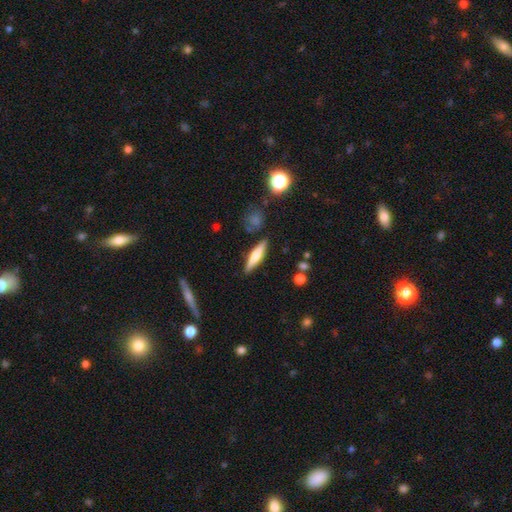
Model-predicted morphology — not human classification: A smooth galaxy with no disk features (53%) that is cigar-shaped (75%).

Vote fractions:
- Smooth or featured? smooth: 53% / featured or disk: 40% / star or artifact: 7%
- How rounded? cigar-shaped: 75% / in between: 23% / round: 2%
- Merging? none: 85% / minor disturbance: 10% / merger: 3% / major disturbance: 2%